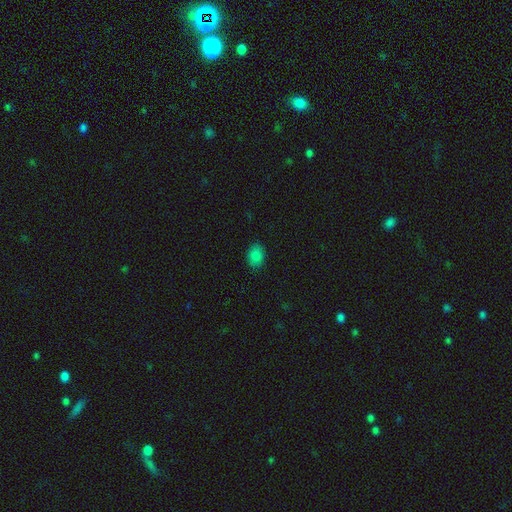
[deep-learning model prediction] Smooth or featured? Predicted: smooth (p=0.84). How rounded? Predicted: in between (p=0.72). Merging? Predicted: none (p=0.86).